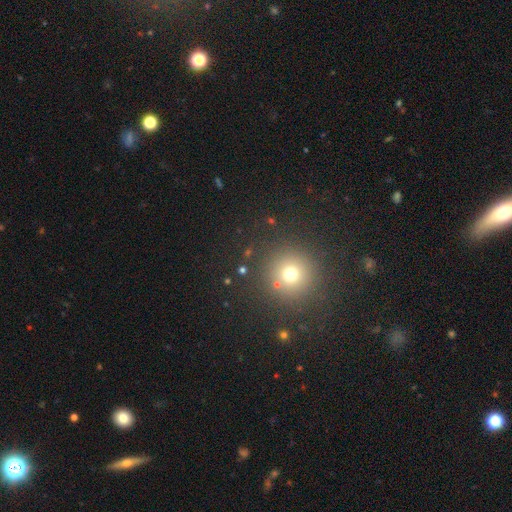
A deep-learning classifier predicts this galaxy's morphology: Q: Smooth or featured?
A: smooth (56%); runner-up: star or artifact (33%)
Q: How rounded?
A: round (94%); runner-up: in between (5%)
Q: Merging?
A: none (89%); runner-up: minor disturbance (6%)